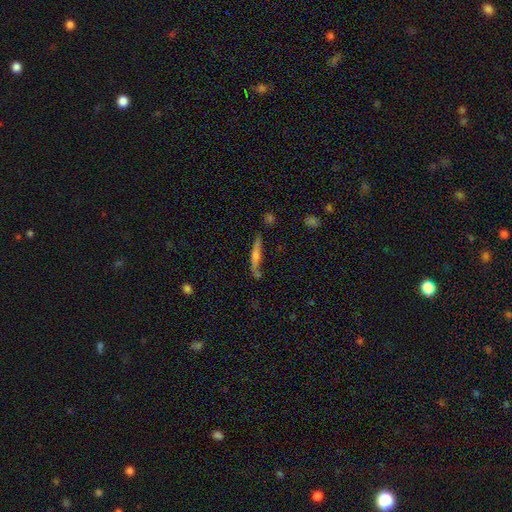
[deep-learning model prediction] Smooth or featured: featured or disk — 51% (smooth — 40%)
Edge-on disk: yes — 92% (no — 8%)
Merging: none — 69% (minor disturbance — 18%)